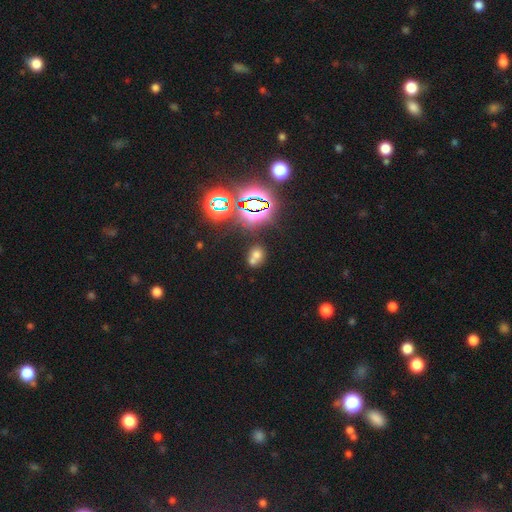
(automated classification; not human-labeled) Smooth or featured? smooth (54%)
How rounded? round (56%)
Merging? merger (51%)